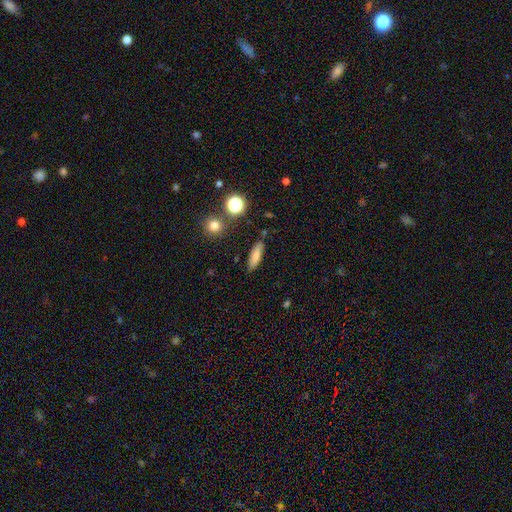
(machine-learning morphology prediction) Smooth or featured?
  - smooth: 77% *
  - featured or disk: 12%
  - star or artifact: 11%
How rounded?
  - cigar-shaped: 58% *
  - in between: 38%
  - round: 4%
Merging?
  - none: 82% *
  - minor disturbance: 12%
  - major disturbance: 3%
  - merger: 3%